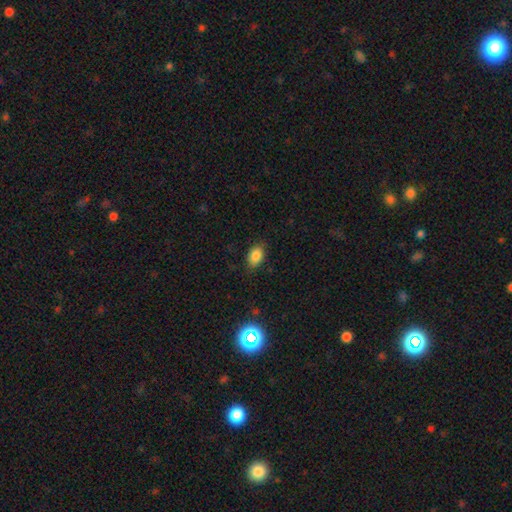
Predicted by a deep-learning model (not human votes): Q: Smooth or featured?
A: smooth (85%); runner-up: star or artifact (10%)
Q: How rounded?
A: in between (87%); runner-up: round (11%)
Q: Merging?
A: none (83%); runner-up: minor disturbance (13%)